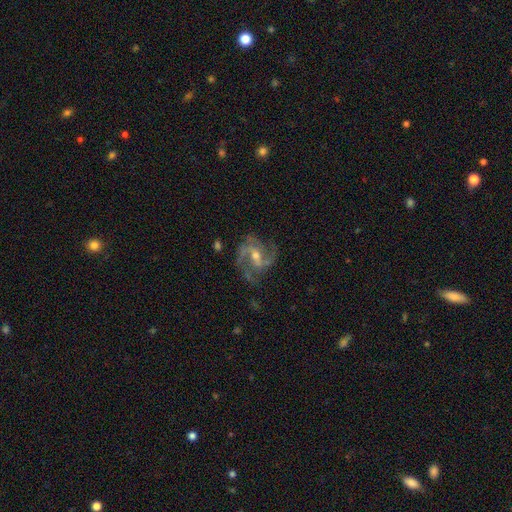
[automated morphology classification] A featured or disk galaxy (90%) with a weak bar (47%), 2 (51%) medium (57%) spiral arms (98%) and a moderate central bulge (51%). Merging: none (71%).